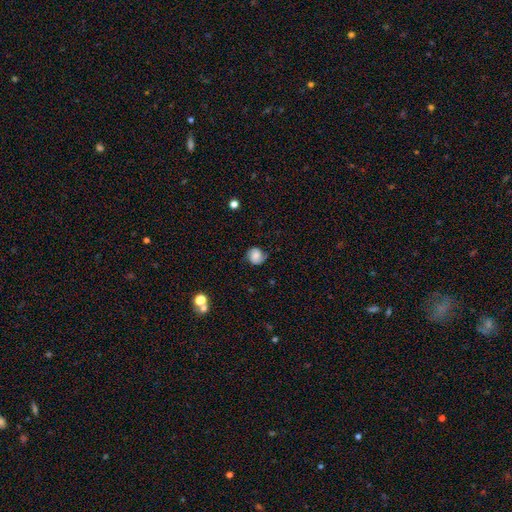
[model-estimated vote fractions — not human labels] The model was most divided on "smooth or featured": smooth: 48%, featured or disk: 42%, star or artifact: 11%. More confident: merging — none (71%).